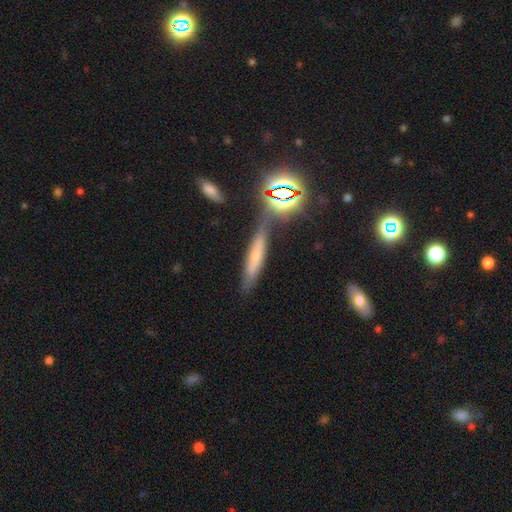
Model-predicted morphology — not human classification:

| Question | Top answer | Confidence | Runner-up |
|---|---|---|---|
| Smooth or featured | smooth | 44% | featured or disk (35%) |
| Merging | none | 66% | minor disturbance (17%) |